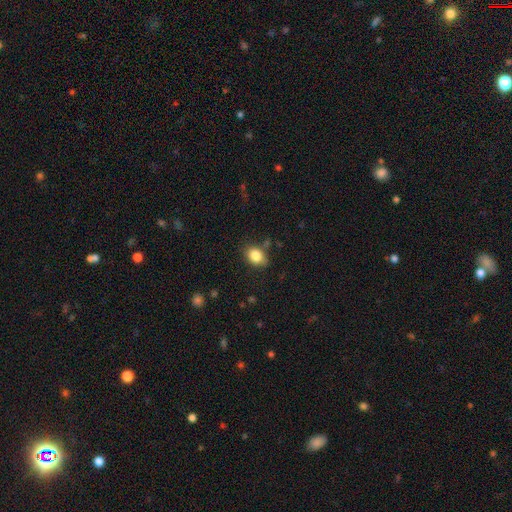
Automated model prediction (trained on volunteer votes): This appears to be a smooth galaxy with no disk features (84%) that is in between round and cigar-shaped (68%). Merging: none (77%).